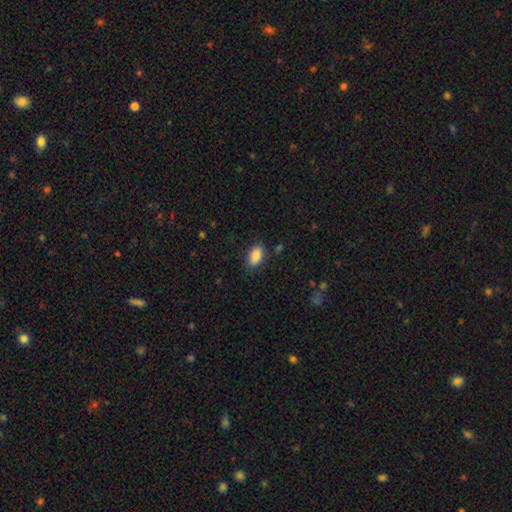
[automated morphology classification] A smooth galaxy with no disk features (88%) that is in between round and cigar-shaped (91%).

Vote fractions:
- Smooth or featured? smooth: 88% / star or artifact: 7% / featured or disk: 4%
- How rounded? in between: 91% / round: 6% / cigar-shaped: 3%
- Merging? none: 84% / minor disturbance: 11% / major disturbance: 3% / merger: 1%